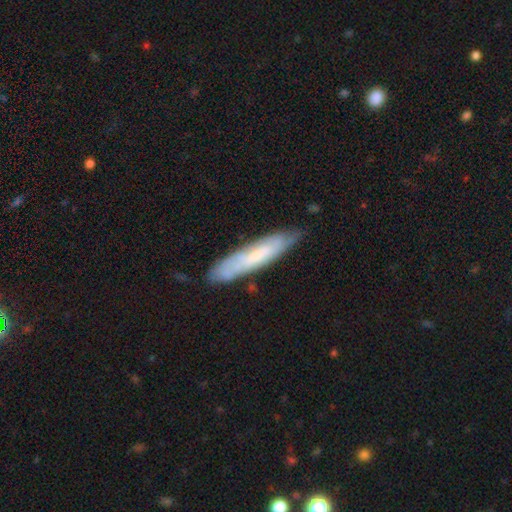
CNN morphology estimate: Smooth or featured?
  - smooth: 52% *
  - featured or disk: 41%
  - star or artifact: 6%
How rounded?
  - cigar-shaped: 82% *
  - in between: 17%
  - round: 1%
Merging?
  - none: 75% *
  - minor disturbance: 19%
  - major disturbance: 4%
  - merger: 2%